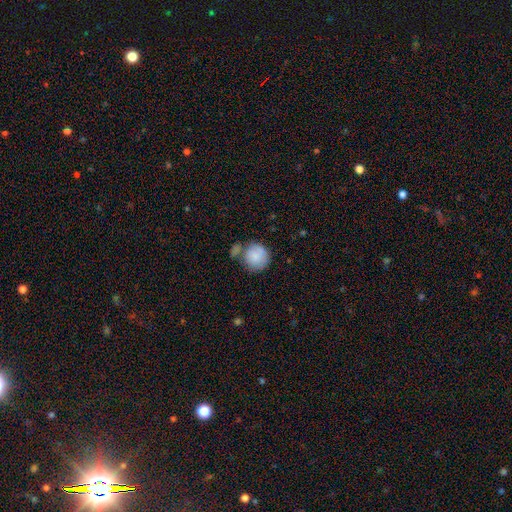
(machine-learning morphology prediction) Smooth or featured? Predicted: smooth (p=0.83). How rounded? Predicted: round (p=0.91). Merging? Predicted: none (p=0.51).